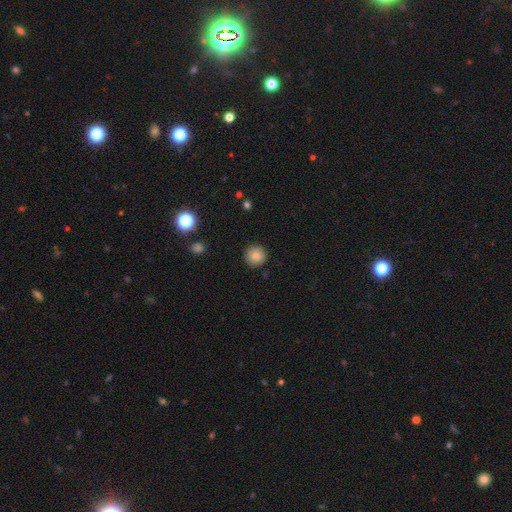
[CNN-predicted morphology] smooth-or-featured: smooth: 84% | star or artifact: 10% | featured or disk: 6%
  how-rounded: round: 95% | in between: 4% | cigar-shaped: 1%
  merging: none: 92% | minor disturbance: 5% | major disturbance: 2% | merger: 1%